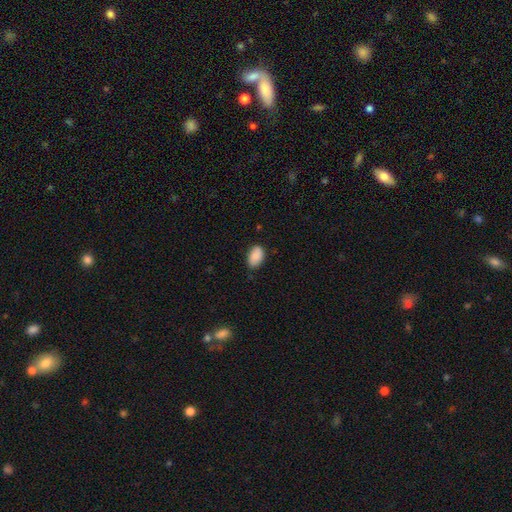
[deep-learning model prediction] Q: Smooth or featured?
A: smooth (89%); runner-up: star or artifact (7%)
Q: How rounded?
A: in between (92%); runner-up: round (6%)
Q: Merging?
A: none (80%); runner-up: minor disturbance (17%)